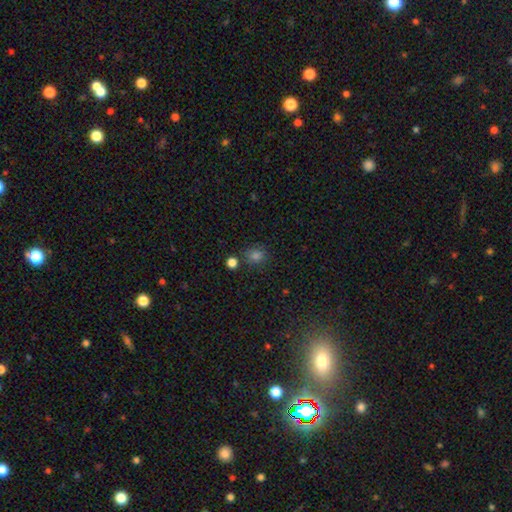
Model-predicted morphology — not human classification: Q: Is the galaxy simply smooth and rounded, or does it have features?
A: smooth — 75%.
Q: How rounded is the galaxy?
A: round — 79%.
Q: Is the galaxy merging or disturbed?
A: none — 80%.